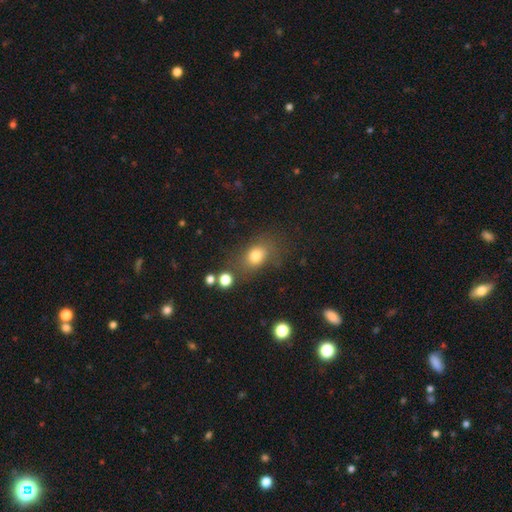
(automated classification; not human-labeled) Morphology: type=smooth (77%); roundness=in between (61%); merging=none (63%).